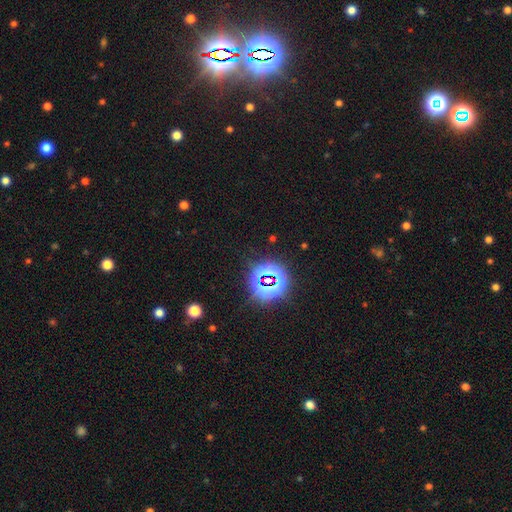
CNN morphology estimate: This is clearly a star or artifact rather than a galaxy (83%).